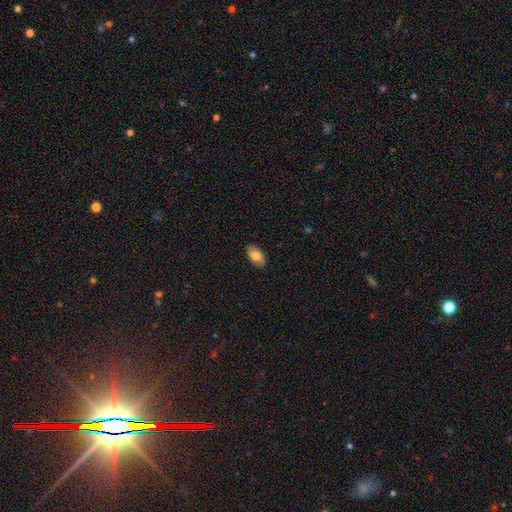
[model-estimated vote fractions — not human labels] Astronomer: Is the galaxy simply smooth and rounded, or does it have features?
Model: smooth — 74%.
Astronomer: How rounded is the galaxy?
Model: in between — 93%.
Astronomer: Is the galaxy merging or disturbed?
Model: none — 87%.